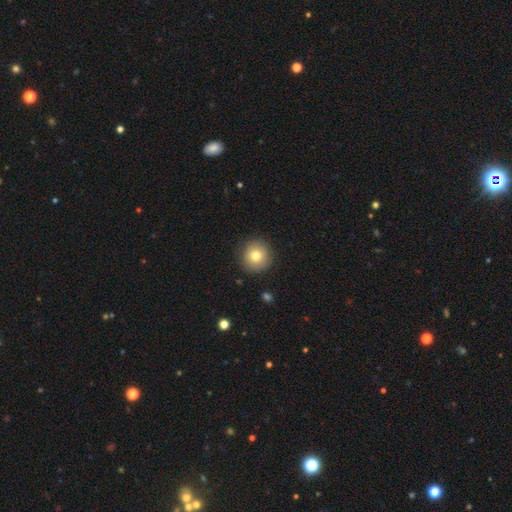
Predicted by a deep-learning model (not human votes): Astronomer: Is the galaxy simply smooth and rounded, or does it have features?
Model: smooth — 77%.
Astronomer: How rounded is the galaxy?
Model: round — 94%.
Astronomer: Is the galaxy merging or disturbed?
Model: none — 89%.